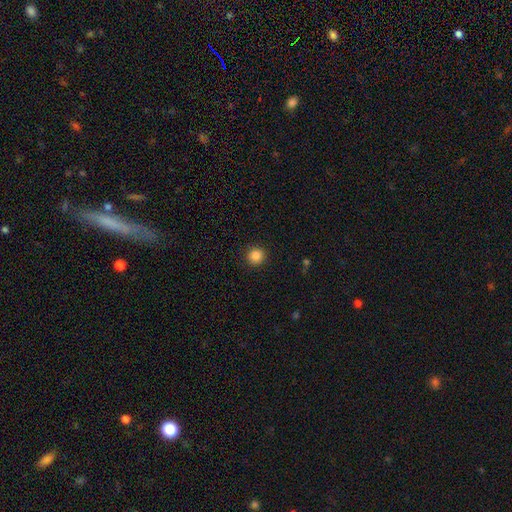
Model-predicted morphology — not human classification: smooth 86%, star or artifact 10%, featured or disk 4%. Down the decision tree: how rounded — round (95%); merging — none (93%).